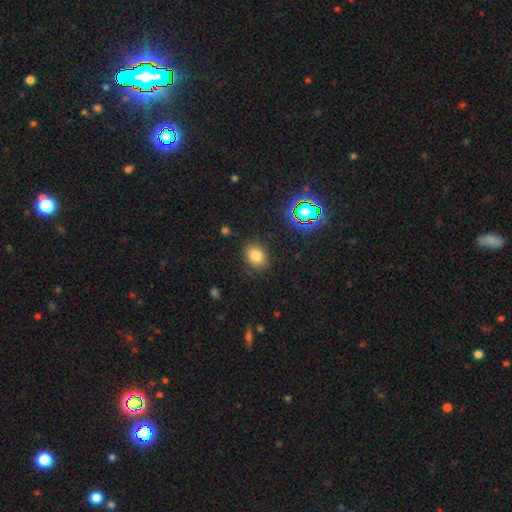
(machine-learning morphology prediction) Smooth or featured? Predicted: smooth (p=0.78). How rounded? Predicted: round (p=0.57). Merging? Predicted: none (p=0.83).